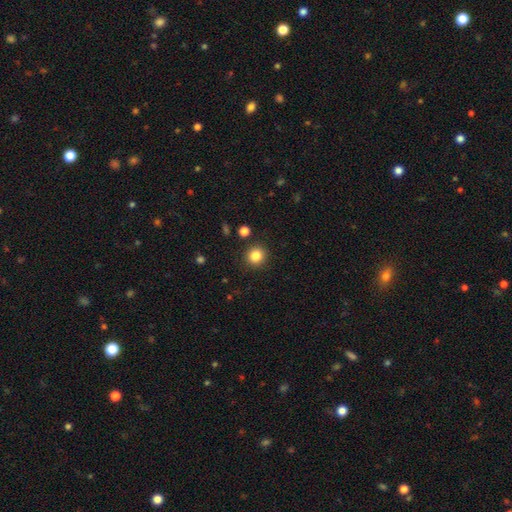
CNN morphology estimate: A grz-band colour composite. It shows a smooth galaxy with no disk features (84%) that is round (92%). Merging: none (90%).